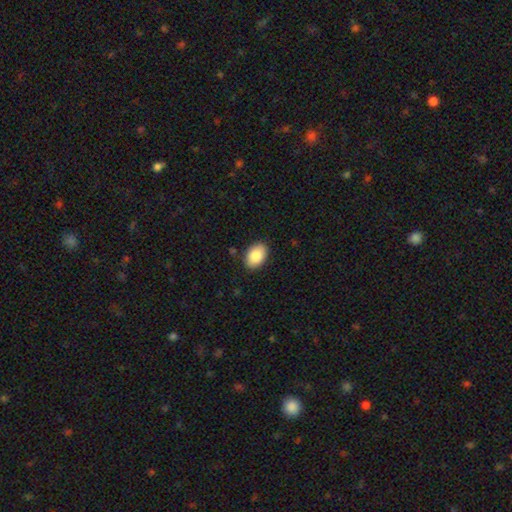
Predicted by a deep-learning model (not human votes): This is clearly a smooth galaxy (86%). How rounded: clearly in between (87%). Merging: clearly none (88%).